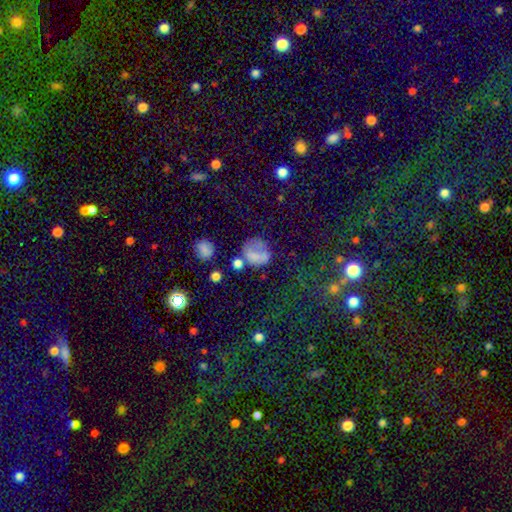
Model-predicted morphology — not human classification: type=smooth (62%); roundness=round (61%); merging=none (38%).